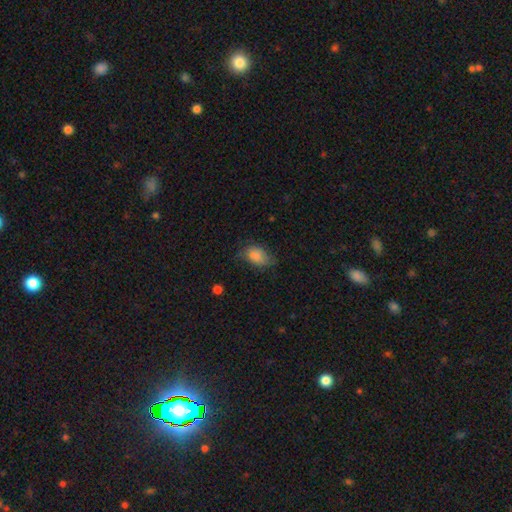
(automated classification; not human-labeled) Overall: smooth (81%). How rounded: in between (85%). Merging: none (51%; minor disturbance 34%).